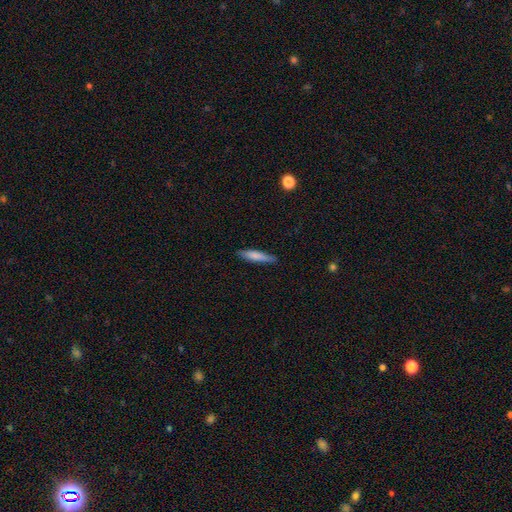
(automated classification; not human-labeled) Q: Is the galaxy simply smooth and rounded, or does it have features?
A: smooth — 78%.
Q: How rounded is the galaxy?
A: cigar-shaped — 82%.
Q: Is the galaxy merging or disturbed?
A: none — 83%.